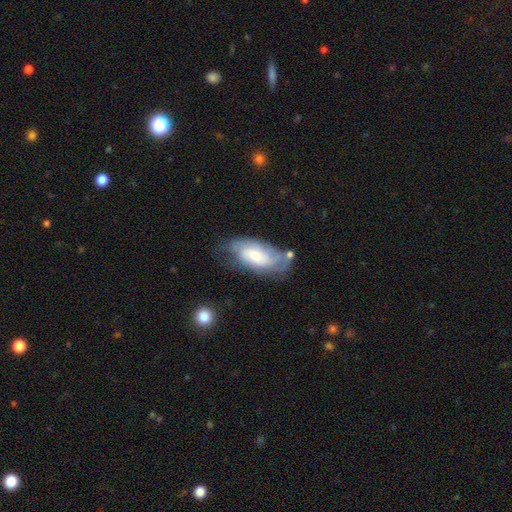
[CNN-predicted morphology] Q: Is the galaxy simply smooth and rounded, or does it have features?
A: featured or disk — 55%.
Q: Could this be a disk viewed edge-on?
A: no — 91%.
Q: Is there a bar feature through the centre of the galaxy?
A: no — 60%.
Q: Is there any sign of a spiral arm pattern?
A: yes — 81%.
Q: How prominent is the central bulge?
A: moderate — 46%.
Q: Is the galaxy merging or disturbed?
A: none — 52%.